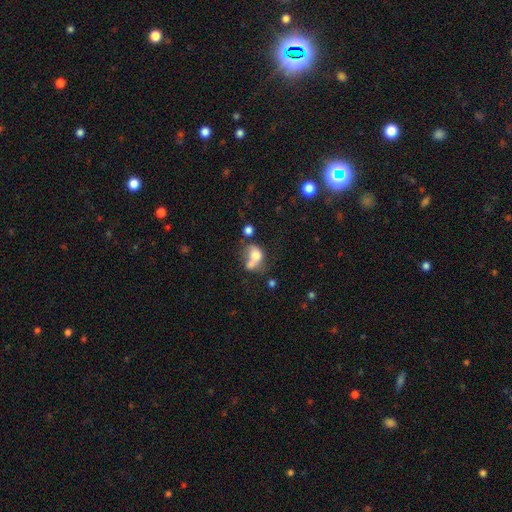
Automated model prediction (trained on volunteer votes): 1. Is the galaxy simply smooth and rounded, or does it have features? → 68% smooth, 21% featured or disk, 11% star or artifact.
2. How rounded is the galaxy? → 58% in between, 40% round, 1% cigar-shaped.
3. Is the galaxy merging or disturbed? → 53% merger, 21% none, 13% major disturbance, 13% minor disturbance.